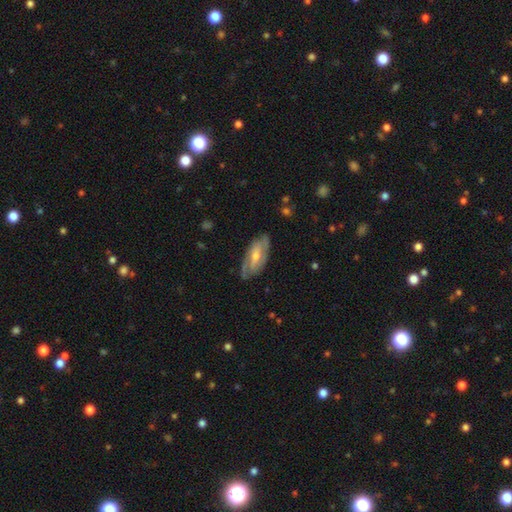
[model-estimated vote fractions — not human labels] Smooth or featured: featured or disk — 69% (smooth — 25%)
Edge-on disk: no — 87% (yes — 13%)
Bar: weak — 44% (strong — 28%)
Spiral arms: yes — 78% (no — 22%)
Bulge size: moderate — 52% (small — 42%)
Merging: none — 78% (minor disturbance — 17%)